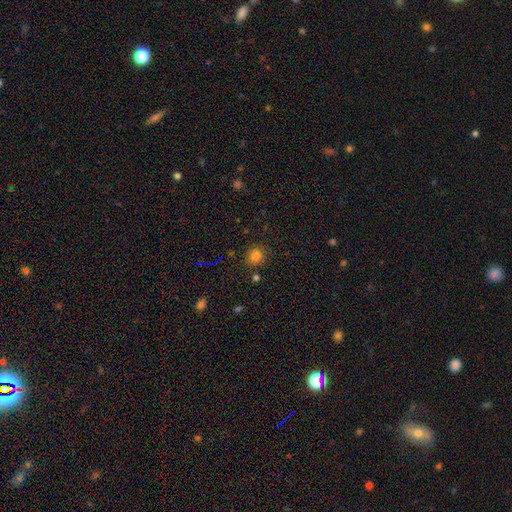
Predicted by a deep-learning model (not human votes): Smooth or featured: smooth — 78% (star or artifact — 17%)
How rounded: round — 87% (in between — 12%)
Merging: none — 84% (minor disturbance — 10%)